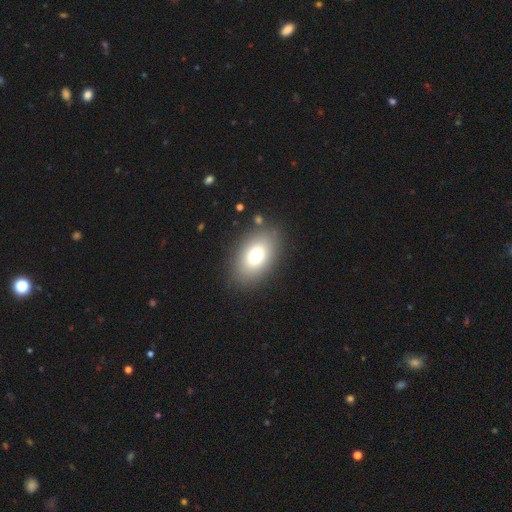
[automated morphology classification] This is likely a smooth galaxy (75%). How rounded: clearly in between (87%). Merging: clearly none (84%).